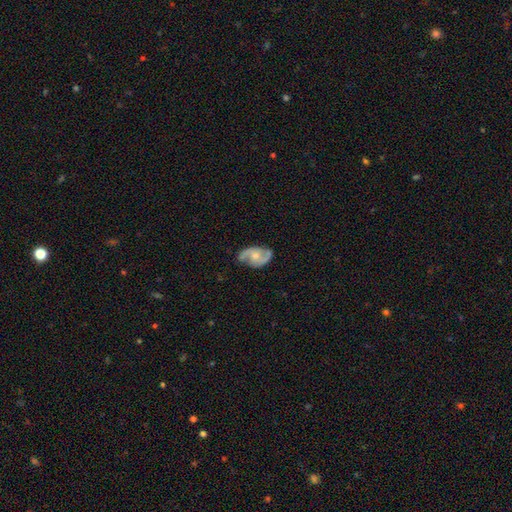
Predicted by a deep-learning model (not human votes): smooth_or_featured: featured or disk (p=0.79) [alt: smooth p=0.16]
disk_edge_on: no (p=0.97) [alt: yes p=0.03]
bar: no (p=0.63) [alt: weak p=0.31]
has_spiral_arms: yes (p=0.92) [alt: no p=0.08]
spiral_winding: medium (p=0.50) [alt: loose p=0.32]
spiral_arm_count: 2 (p=0.88) [alt: can't tell p=0.05]
bulge_size: moderate (p=0.53) [alt: small p=0.35]
merging: none (p=0.69) [alt: minor disturbance p=0.21]